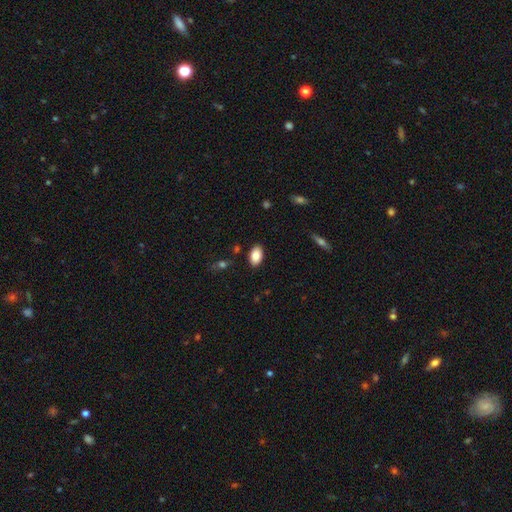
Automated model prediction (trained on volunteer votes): A smooth galaxy with no disk features (85%) that is in between round and cigar-shaped (93%).

Vote fractions:
- Smooth or featured? smooth: 85% / featured or disk: 7% / star or artifact: 7%
- How rounded? in between: 93% / round: 5% / cigar-shaped: 2%
- Merging? none: 87% / minor disturbance: 9% / major disturbance: 2% / merger: 2%